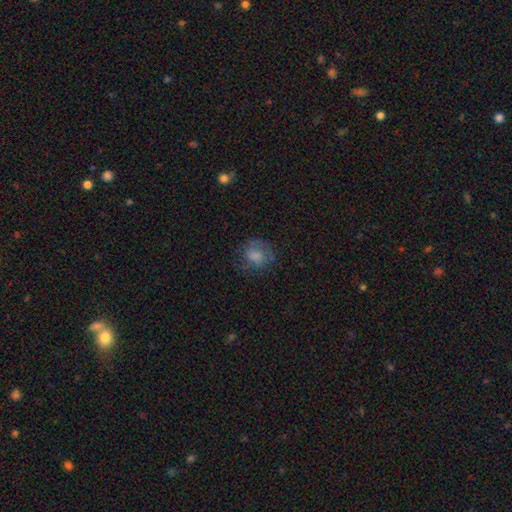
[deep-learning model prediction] smooth_or_featured: smooth (p=0.59) [alt: featured or disk p=0.30]
how_rounded: round (p=0.73) [alt: in between p=0.26]
merging: none (p=0.63) [alt: minor disturbance p=0.21]